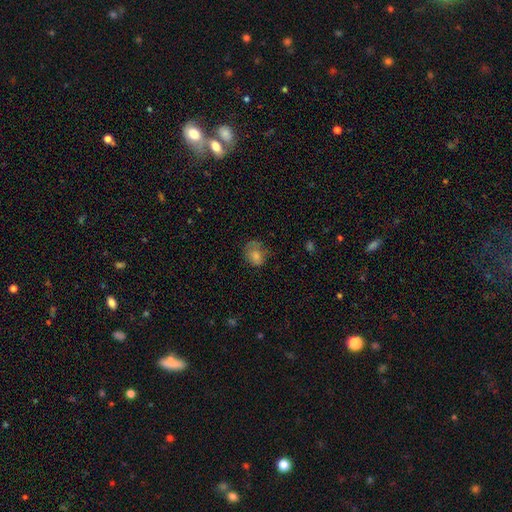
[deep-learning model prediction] The model was most divided on "how rounded": round: 55%, in between: 43%, cigar-shaped: 1%. More confident: smooth or featured — smooth (59%); merging — none (56%).